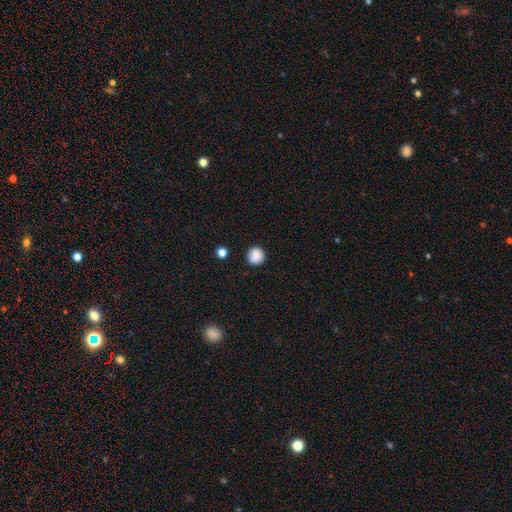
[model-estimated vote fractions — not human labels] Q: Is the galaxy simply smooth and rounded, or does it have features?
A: smooth — 86%.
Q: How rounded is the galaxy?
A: round — 92%.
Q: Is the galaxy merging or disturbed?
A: none — 84%.